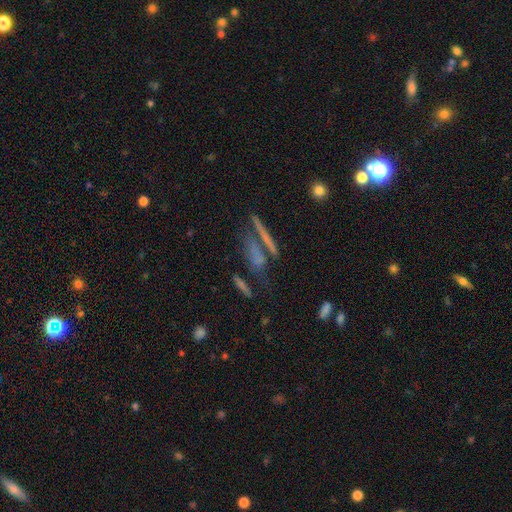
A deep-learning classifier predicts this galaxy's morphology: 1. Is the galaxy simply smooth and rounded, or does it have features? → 44% smooth, 38% featured or disk, 18% star or artifact.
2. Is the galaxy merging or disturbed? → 55% none, 25% merger, 12% minor disturbance, 8% major disturbance.